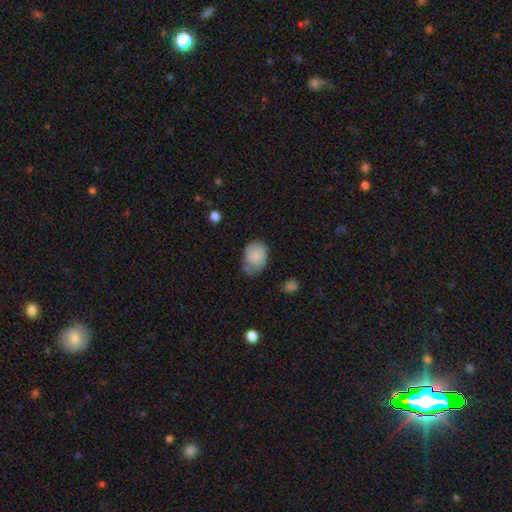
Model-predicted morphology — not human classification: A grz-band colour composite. It shows a smooth galaxy with no disk features (75%) that is in between round and cigar-shaped (68%). Merging: none (46%).